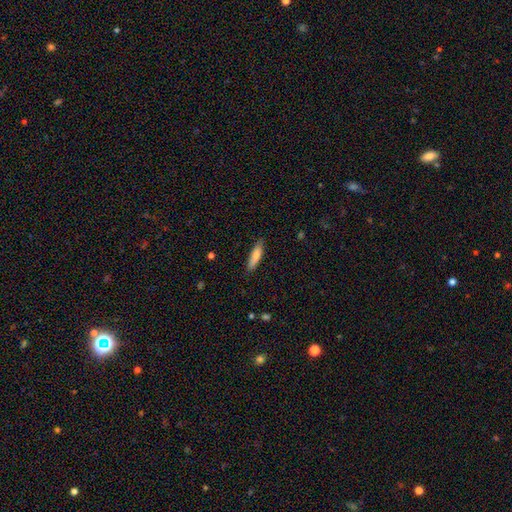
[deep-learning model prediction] A smooth galaxy with no disk features (78%) that is cigar-shaped (75%).

Vote fractions:
- Smooth or featured? smooth: 78% / featured or disk: 17% / star or artifact: 6%
- How rounded? cigar-shaped: 75% / in between: 24% / round: 1%
- Merging? none: 86% / minor disturbance: 11% / major disturbance: 2% / merger: 1%